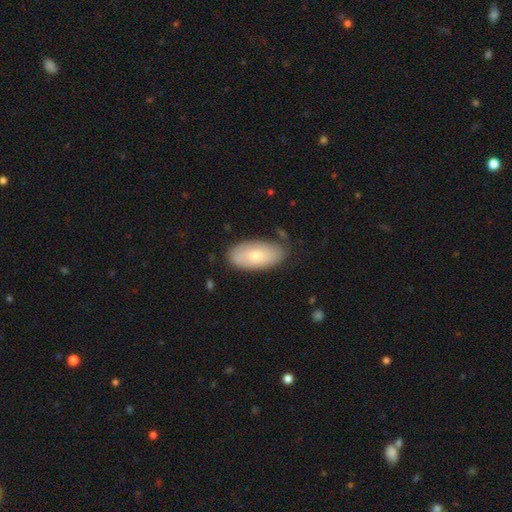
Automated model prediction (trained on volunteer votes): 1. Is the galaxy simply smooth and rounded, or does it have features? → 65% smooth, 29% featured or disk, 6% star or artifact.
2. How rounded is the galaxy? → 93% in between, 5% cigar-shaped, 2% round.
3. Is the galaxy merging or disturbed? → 75% none, 19% minor disturbance, 4% major disturbance, 2% merger.